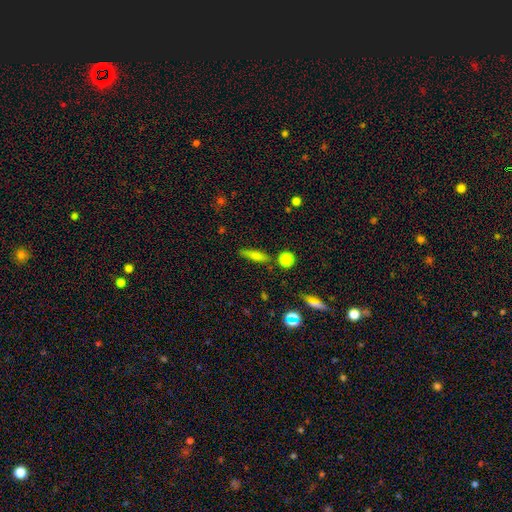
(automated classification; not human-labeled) Smooth or featured? Predicted: smooth (p=0.74). How rounded? Predicted: cigar-shaped (p=0.66). Merging? Predicted: none (p=0.76).